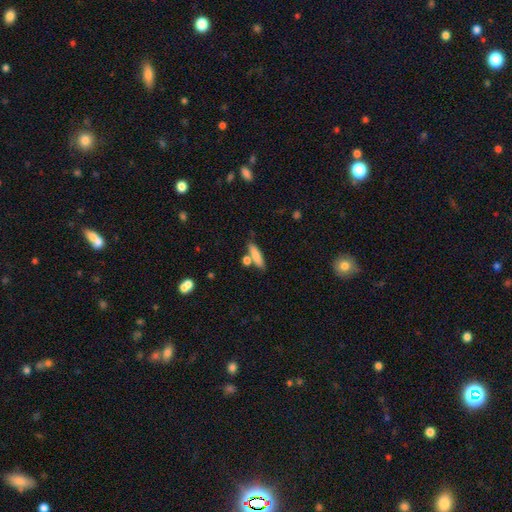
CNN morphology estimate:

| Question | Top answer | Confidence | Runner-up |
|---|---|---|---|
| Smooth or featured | smooth | 80% | featured or disk (13%) |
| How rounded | cigar-shaped | 68% | in between (29%) |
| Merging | none | 67% | merger (16%) |